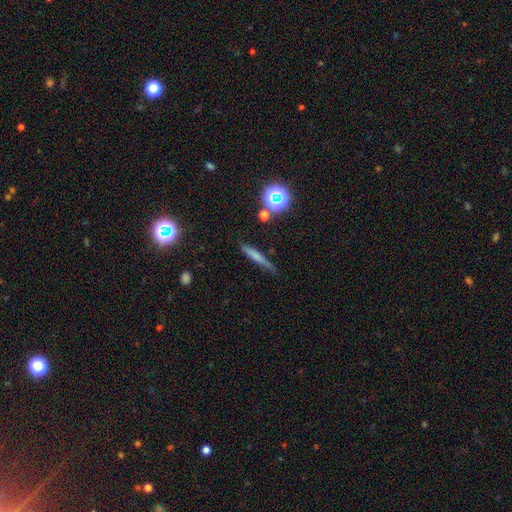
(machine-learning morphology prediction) smooth_or_featured: smooth (p=0.60) [alt: featured or disk p=0.27]
how_rounded: cigar-shaped (p=0.89) [alt: in between p=0.07]
merging: none (p=0.74) [alt: minor disturbance p=0.18]